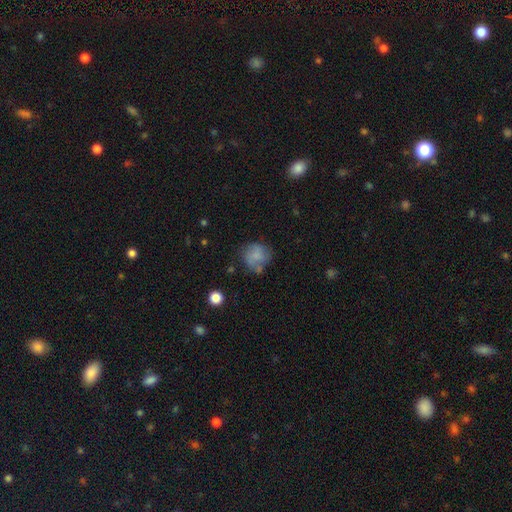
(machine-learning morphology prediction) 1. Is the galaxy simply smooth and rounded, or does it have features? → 70% smooth, 21% featured or disk, 9% star or artifact.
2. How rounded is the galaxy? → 83% round, 16% in between, 1% cigar-shaped.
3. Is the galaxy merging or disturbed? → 57% none, 24% minor disturbance, 11% major disturbance, 8% merger.